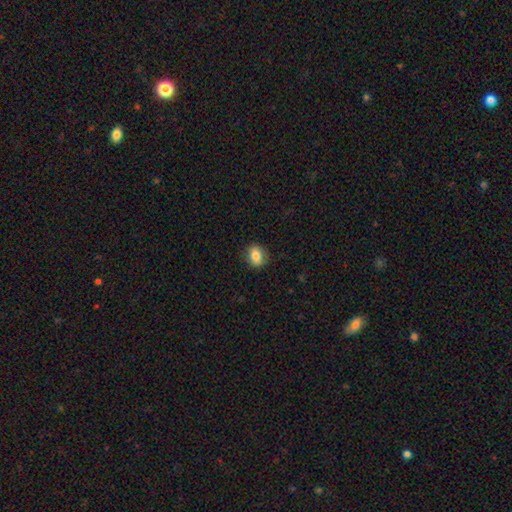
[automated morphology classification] Smooth or featured? Predicted: smooth (p=0.77). How rounded? Predicted: in between (p=0.50). Merging? Predicted: none (p=0.84).